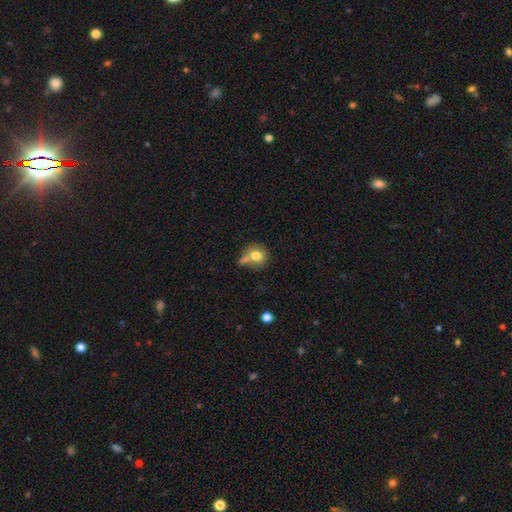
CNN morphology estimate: type=smooth (75%); roundness=round (79%); merging=none (45%).